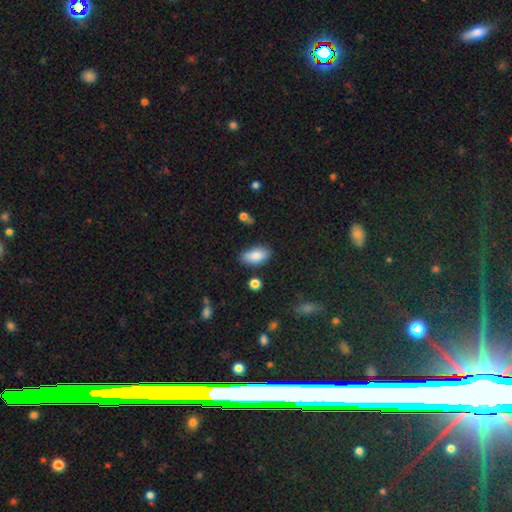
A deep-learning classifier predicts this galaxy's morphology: Smooth or featured?
  - smooth: 85% *
  - featured or disk: 8%
  - star or artifact: 7%
How rounded?
  - in between: 92% *
  - cigar-shaped: 5%
  - round: 3%
Merging?
  - none: 78% *
  - minor disturbance: 16%
  - major disturbance: 3%
  - merger: 3%